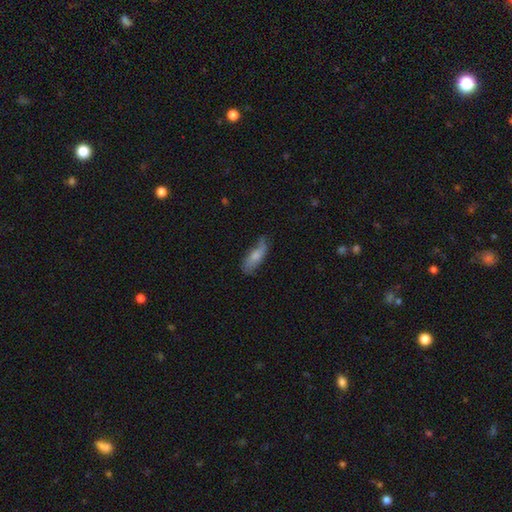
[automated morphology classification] A smooth galaxy with no disk features (63%) that is in between round and cigar-shaped (62%). Merging: none (59%).